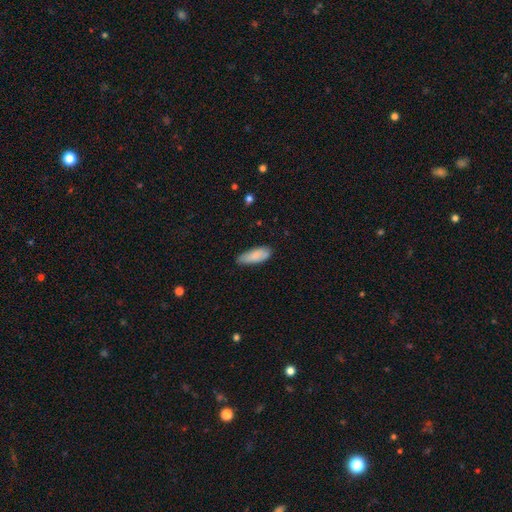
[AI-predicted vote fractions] Q: Smooth or featured?
A: smooth (85%); runner-up: featured or disk (9%)
Q: How rounded?
A: in between (72%); runner-up: cigar-shaped (26%)
Q: Merging?
A: none (73%); runner-up: minor disturbance (23%)